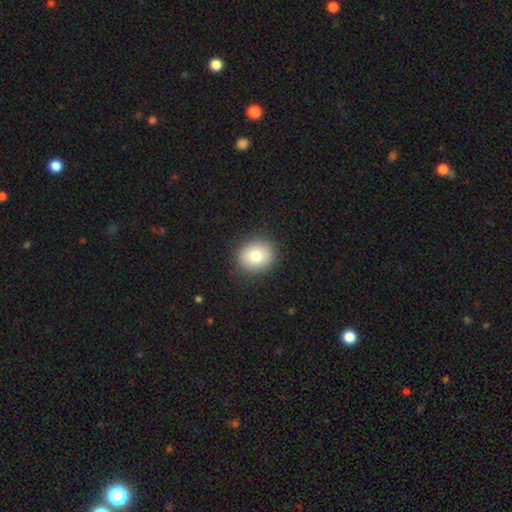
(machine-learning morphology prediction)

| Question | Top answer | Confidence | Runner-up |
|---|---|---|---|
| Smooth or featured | smooth | 77% | featured or disk (13%) |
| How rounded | round | 80% | in between (20%) |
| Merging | none | 90% | minor disturbance (7%) |